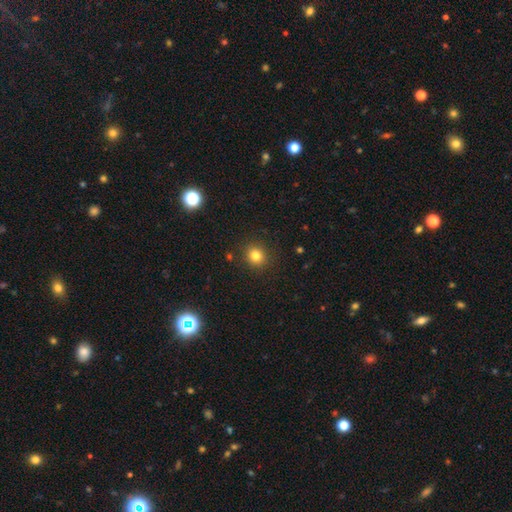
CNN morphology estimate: A smooth galaxy with no disk features (81%) that is round (87%). Merging: none (90%).